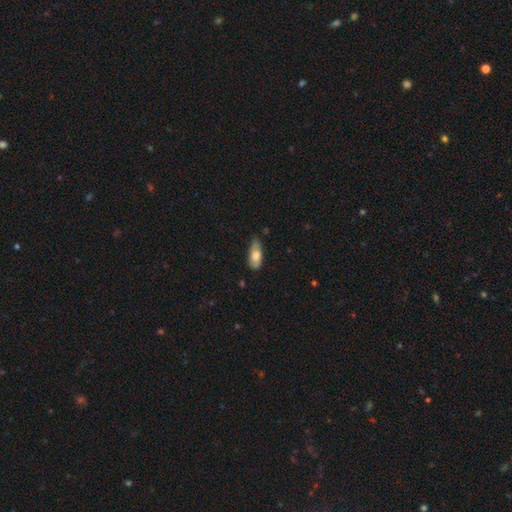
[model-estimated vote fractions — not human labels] Smooth or featured?
  - smooth: 72% *
  - featured or disk: 22%
  - star or artifact: 6%
How rounded?
  - in between: 82% *
  - cigar-shaped: 15%
  - round: 2%
Merging?
  - none: 59% *
  - minor disturbance: 34%
  - major disturbance: 5%
  - merger: 2%